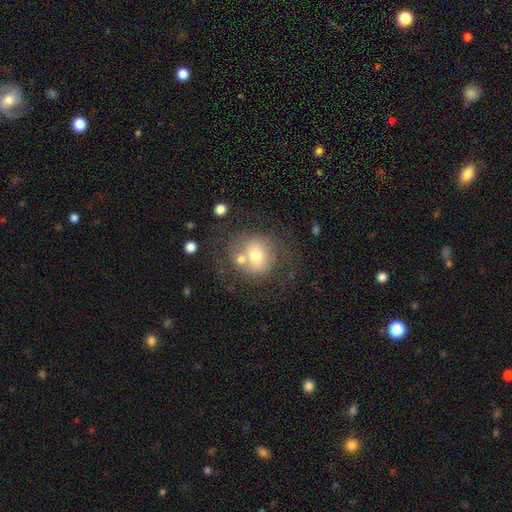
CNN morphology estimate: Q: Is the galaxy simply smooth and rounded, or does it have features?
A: smooth — 56%.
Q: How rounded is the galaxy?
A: round — 81%.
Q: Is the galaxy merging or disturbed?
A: none — 49%.